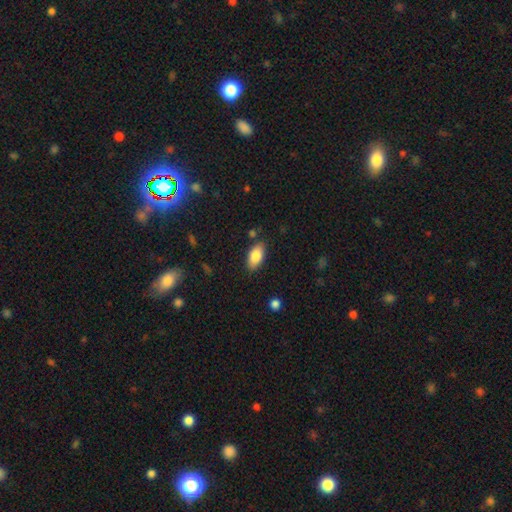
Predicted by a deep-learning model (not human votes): Smooth or featured: smooth — 82% (featured or disk — 11%)
How rounded: in between — 92% (cigar-shaped — 5%)
Merging: none — 84% (minor disturbance — 11%)